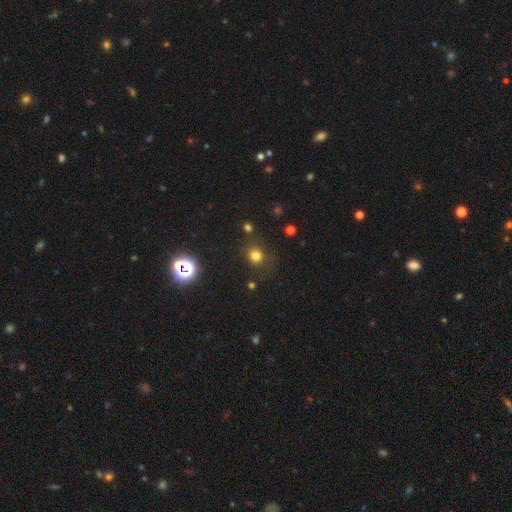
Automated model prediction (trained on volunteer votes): A smooth galaxy with no disk features (74%) that is round (82%).

Vote fractions:
- Smooth or featured? smooth: 74% / star or artifact: 20% / featured or disk: 6%
- How rounded? round: 82% / in between: 17% / cigar-shaped: 1%
- Merging? none: 77% / minor disturbance: 13% / major disturbance: 6% / merger: 4%